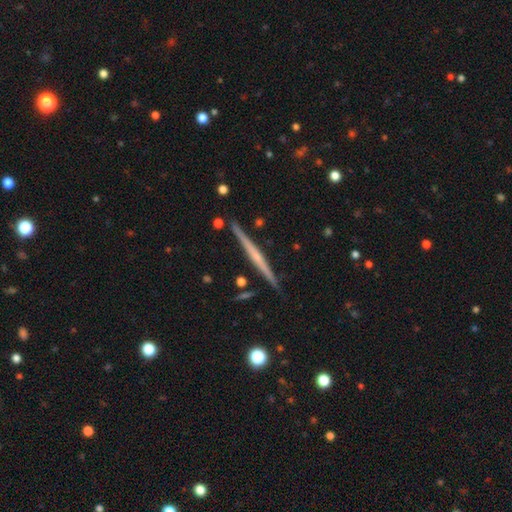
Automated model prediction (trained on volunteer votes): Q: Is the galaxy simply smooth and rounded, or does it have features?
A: featured or disk — 70%.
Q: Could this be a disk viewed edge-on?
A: yes — 98%.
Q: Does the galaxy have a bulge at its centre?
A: none — 56%.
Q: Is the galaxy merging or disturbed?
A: none — 90%.